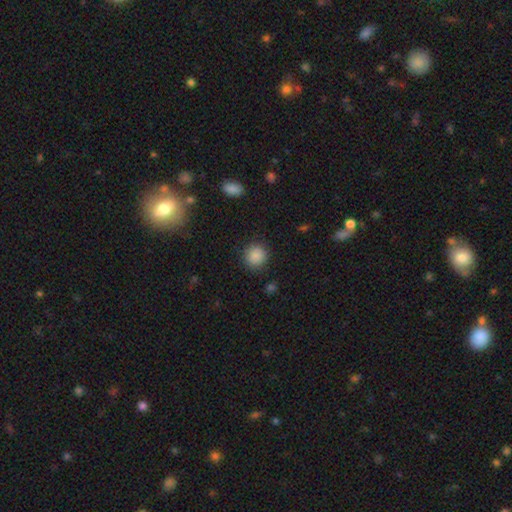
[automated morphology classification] Overall: smooth (87%). How rounded: round (91%). Merging: none (89%).